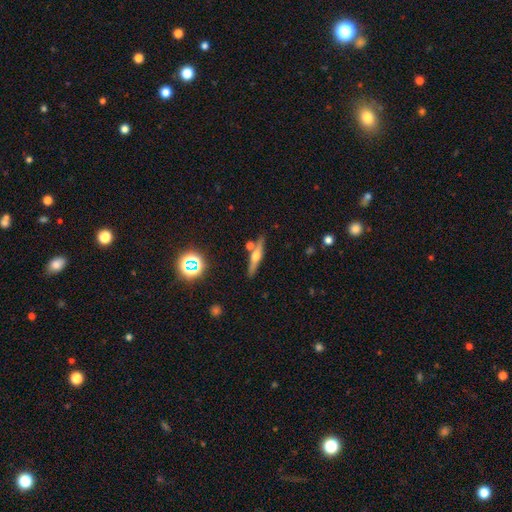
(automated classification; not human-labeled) smooth_or_featured: featured or disk (p=0.59) [alt: smooth p=0.30]
disk_edge_on: yes (p=0.94) [alt: no p=0.06]
edge_on_bulge: rounded (p=0.91) [alt: boxy p=0.05]
merging: none (p=0.78) [alt: merger p=0.10]